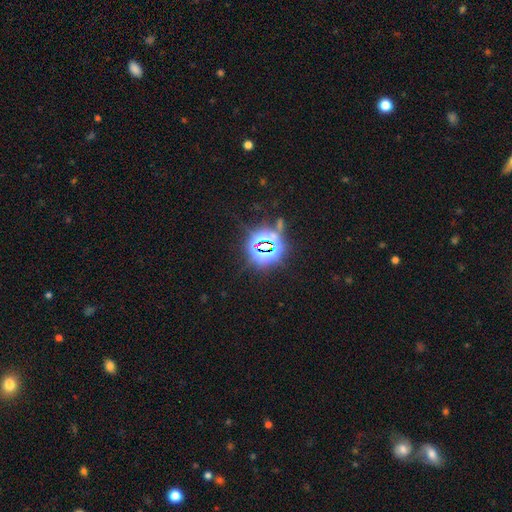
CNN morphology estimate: Smooth or featured? star or artifact (81%)